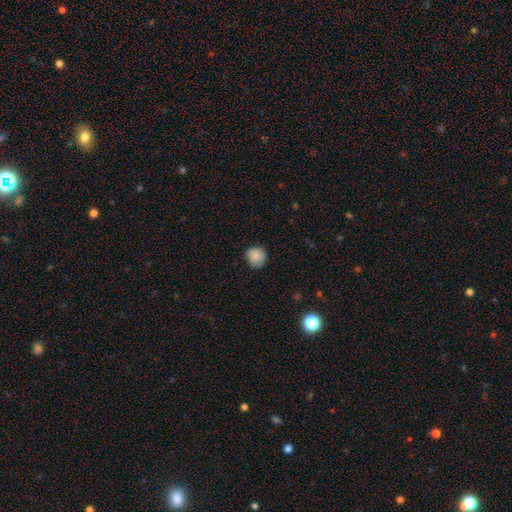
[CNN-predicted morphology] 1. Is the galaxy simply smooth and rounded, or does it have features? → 86% smooth, 8% star or artifact, 6% featured or disk.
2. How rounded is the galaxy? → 88% round, 11% in between, 1% cigar-shaped.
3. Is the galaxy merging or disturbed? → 78% none, 18% minor disturbance, 3% major disturbance, 1% merger.